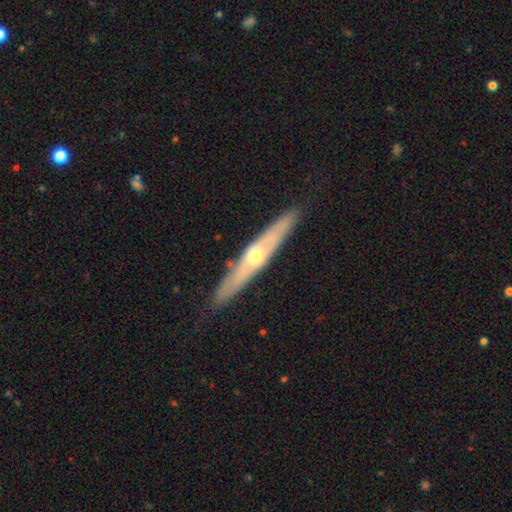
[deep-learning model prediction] A featured or disk galaxy (66%) viewed edge-on (83%) with a rounded central bulge (84%). Merging: none (87%).